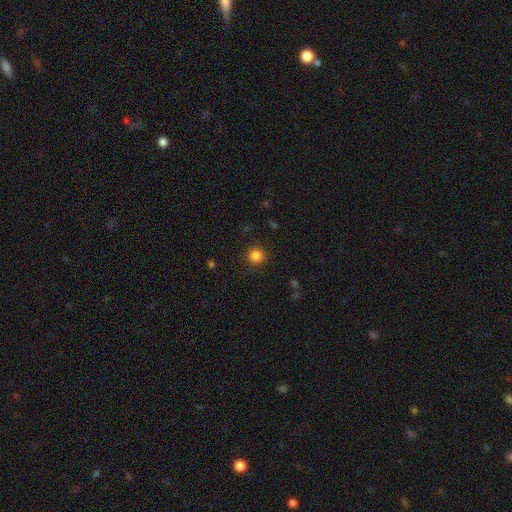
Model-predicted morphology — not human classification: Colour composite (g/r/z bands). It shows a smooth galaxy with no disk features (84%) that is round (94%). Merging: none (91%).